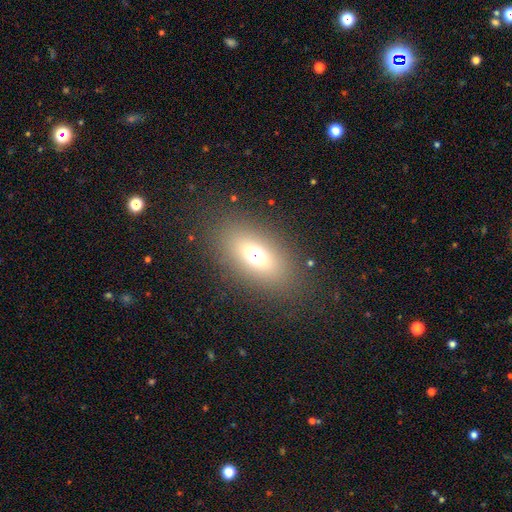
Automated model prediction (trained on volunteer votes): A smooth galaxy with no disk features (61%) that is in between round and cigar-shaped (78%).

Vote fractions:
- Smooth or featured? smooth: 61% / star or artifact: 20% / featured or disk: 19%
- How rounded? in between: 78% / round: 16% / cigar-shaped: 6%
- Merging? none: 83% / minor disturbance: 9% / major disturbance: 7% / merger: 2%